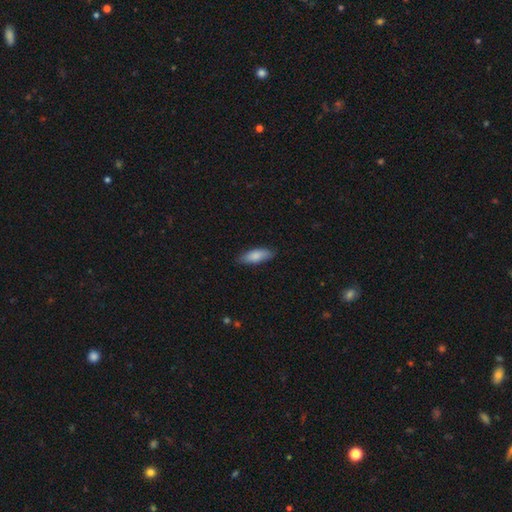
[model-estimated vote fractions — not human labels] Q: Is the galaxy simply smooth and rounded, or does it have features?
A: smooth — 82%.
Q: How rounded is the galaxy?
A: in between — 62%.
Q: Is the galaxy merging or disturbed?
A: none — 83%.